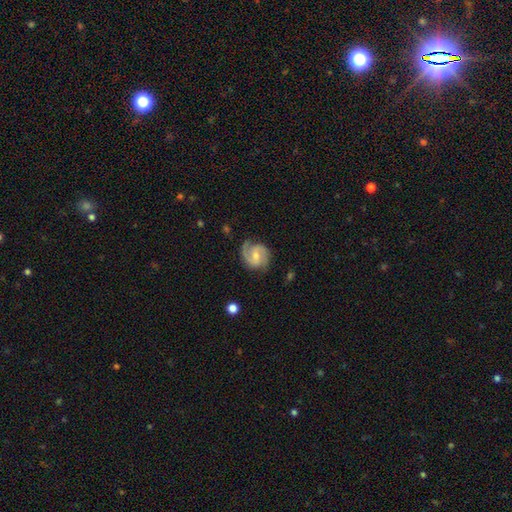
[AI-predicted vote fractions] A featured or disk galaxy (85%) with a weak bar (49%), 2 (86%) medium (52%) spiral arms (97%) and a small central bulge (50%).

Vote fractions:
- Smooth or featured? featured or disk: 85% / smooth: 10% / star or artifact: 5%
- Edge-on disk? no: 98% / yes: 2%
- Bar? weak: 49% / no: 38% / strong: 14%
- Spiral arms? yes: 97% / no: 3%
- Spiral winding? medium: 52% / tight: 33% / loose: 15%
- Spiral arm count? 2: 86% / 3: 5% / can't tell: 4% / 1: 2% / 4: 1% / more than 4: 1%
- Bulge size? small: 50% / moderate: 44% / none: 4% / large: 2% / dominant: 1%
- Merging? none: 77% / minor disturbance: 16% / major disturbance: 5% / merger: 1%